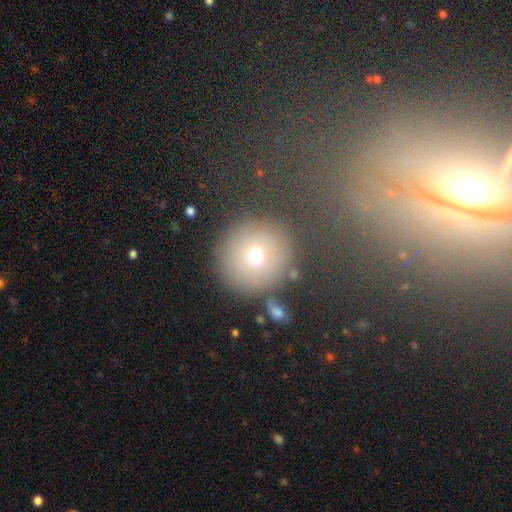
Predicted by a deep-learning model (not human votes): Smooth or featured: smooth — 69% (star or artifact — 16%)
How rounded: round — 93% (in between — 6%)
Merging: none — 69% (minor disturbance — 12%)